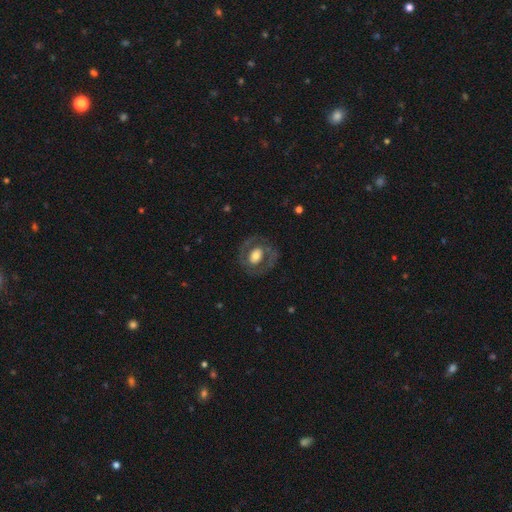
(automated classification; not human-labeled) This is possibly a featured or disk galaxy (54%). It is clearly not viewed edge-on (95%). Bar: likely no (66%). Spiral arm pattern: likely no (66%). Central bulge: marginally large (43%). Merging: likely none (74%).